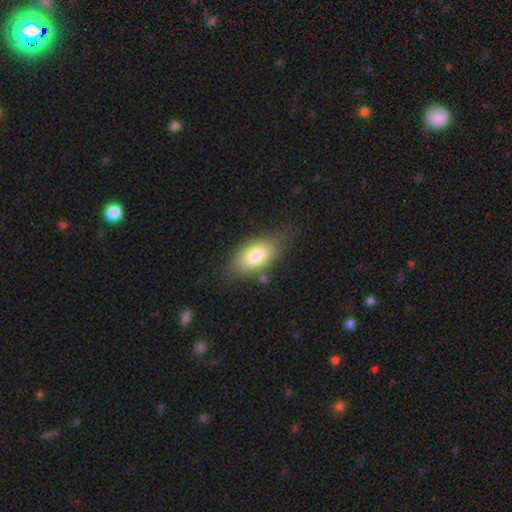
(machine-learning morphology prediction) smooth 77%, featured or disk 16%, star or artifact 7%. Down the decision tree: how rounded — in between (89%); merging — none (67%).